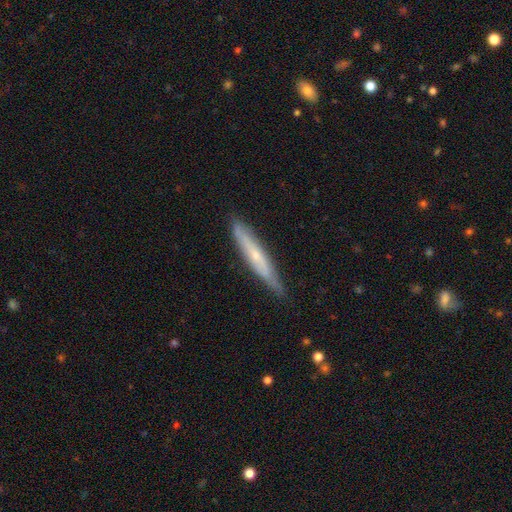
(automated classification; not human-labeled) Smooth or featured?
  - featured or disk: 54% *
  - smooth: 40%
  - star or artifact: 6%
Edge-on disk?
  - yes: 84% *
  - no: 16%
Merging?
  - none: 81% *
  - minor disturbance: 15%
  - major disturbance: 2%
  - merger: 1%